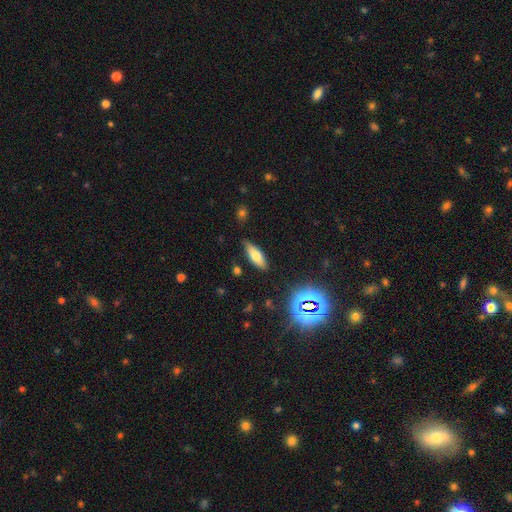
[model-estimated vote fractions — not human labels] This appears to be a smooth galaxy with no disk features (66%) that is in between round and cigar-shaped (66%). Merging: none (82%).